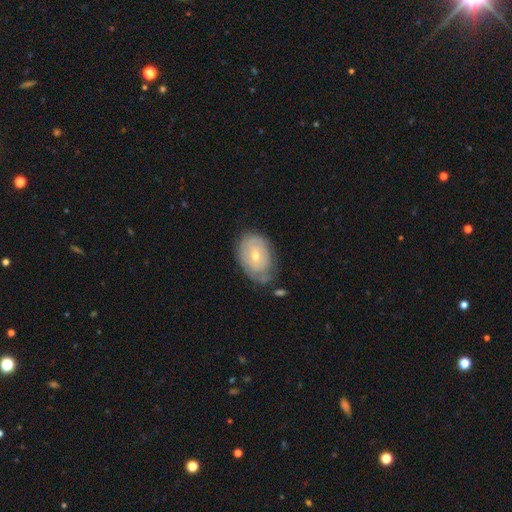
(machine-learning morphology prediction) smooth-or-featured: featured or disk: 60% | smooth: 34% | star or artifact: 6%
  disk-edge-on: no: 95% | yes: 5%
    bar: no: 75% | weak: 22% | strong: 4%
    has-spiral-arms: yes: 68% | no: 32%
    bulge-size: small: 52% | moderate: 44% | large: 1% | none: 1% | dominant: 1%
  merging: none: 62% | minor disturbance: 27% | major disturbance: 8% | merger: 3%